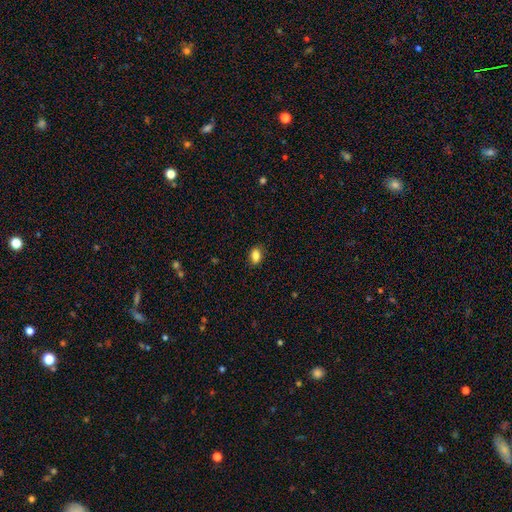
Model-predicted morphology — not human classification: Smooth or featured?
  - smooth: 86% *
  - star or artifact: 9%
  - featured or disk: 5%
How rounded?
  - in between: 82% *
  - round: 16%
  - cigar-shaped: 2%
Merging?
  - none: 84% *
  - minor disturbance: 12%
  - major disturbance: 3%
  - merger: 1%